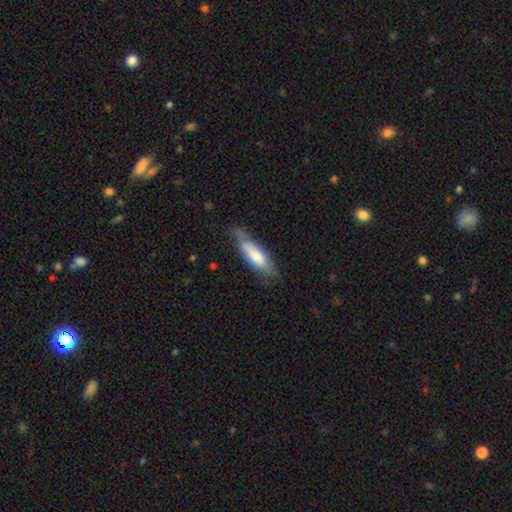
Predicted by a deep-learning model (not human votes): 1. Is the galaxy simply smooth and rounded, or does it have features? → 70% smooth, 25% featured or disk, 6% star or artifact.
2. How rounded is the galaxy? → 58% cigar-shaped, 40% in between, 2% round.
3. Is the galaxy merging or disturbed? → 61% none, 29% minor disturbance, 8% major disturbance, 2% merger.